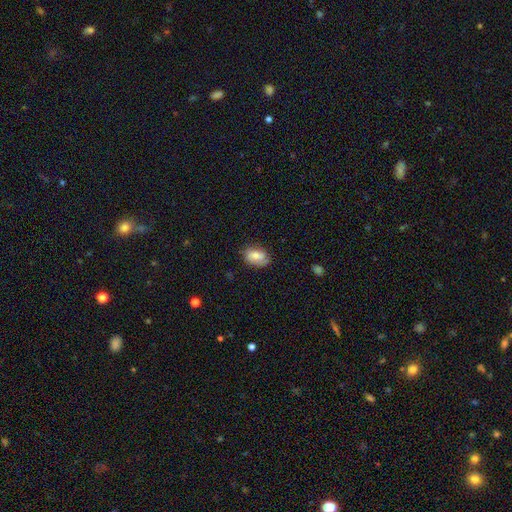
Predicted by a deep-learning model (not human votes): A smooth galaxy with no disk features (58%) that is in between round and cigar-shaped (82%).

Vote fractions:
- Smooth or featured? smooth: 58% / featured or disk: 34% / star or artifact: 8%
- How rounded? in between: 82% / round: 16% / cigar-shaped: 2%
- Merging? none: 64% / minor disturbance: 27% / major disturbance: 7% / merger: 2%